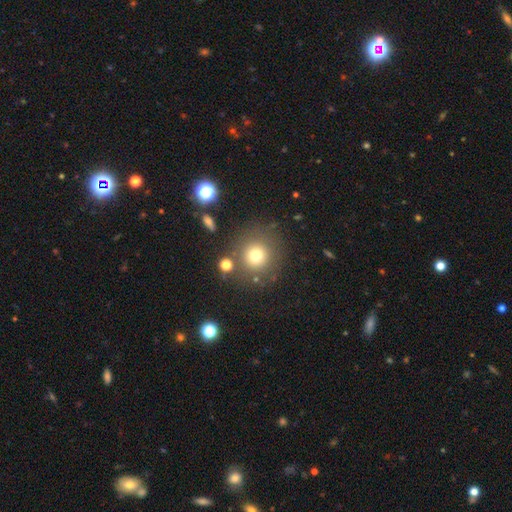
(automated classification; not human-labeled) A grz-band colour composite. It shows a smooth galaxy with no disk features (74%) that is round (93%). Merging: none (82%).